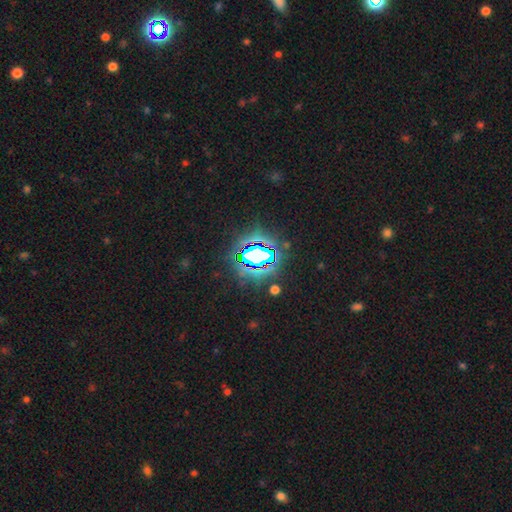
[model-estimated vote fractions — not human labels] smooth-or-featured: star or artifact: 74% | smooth: 15% | featured or disk: 12%